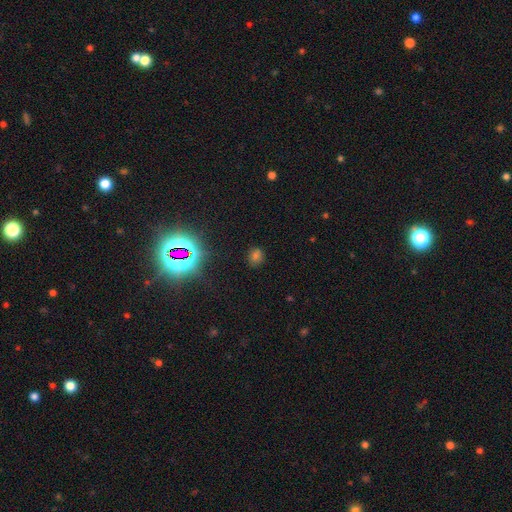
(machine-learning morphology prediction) smooth 46% (tied), star or artifact 46% (tied), featured or disk 8%. Down the decision tree: merging — none (83%).